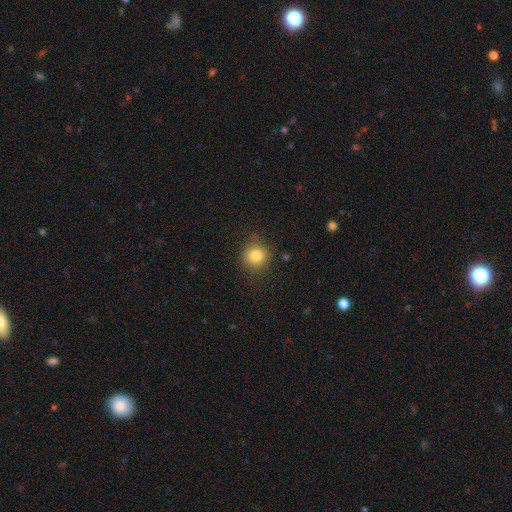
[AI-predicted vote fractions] Overall: smooth (82%). How rounded: round (88%). Merging: none (82%).